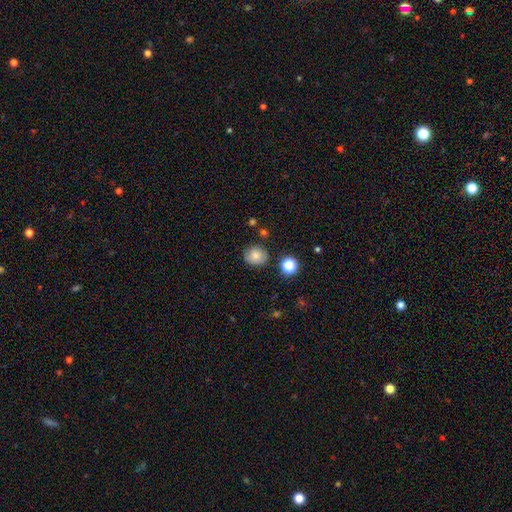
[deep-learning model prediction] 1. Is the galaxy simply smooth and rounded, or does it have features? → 77% smooth, 12% featured or disk, 11% star or artifact.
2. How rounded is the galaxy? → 81% round, 18% in between, 1% cigar-shaped.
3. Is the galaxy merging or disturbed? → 78% none, 15% minor disturbance, 3% major disturbance, 3% merger.